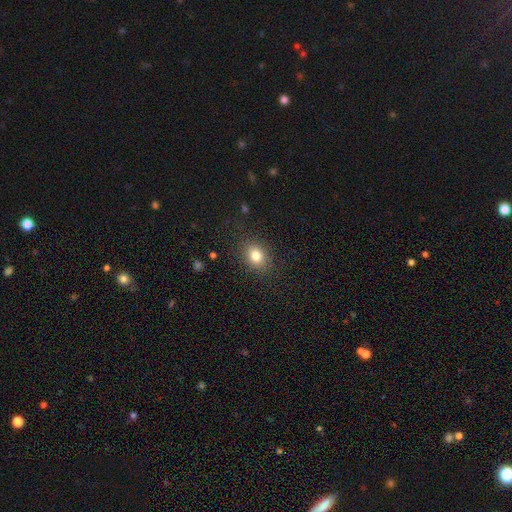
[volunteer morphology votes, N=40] Smooth or featured? smooth (85%)
How rounded? round (62%)
Merging? none (86%)